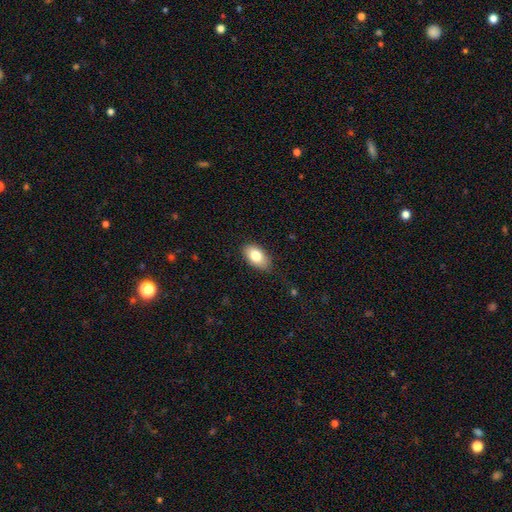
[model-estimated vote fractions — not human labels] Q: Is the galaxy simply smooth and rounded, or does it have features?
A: smooth — 81%.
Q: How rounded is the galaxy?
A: in between — 91%.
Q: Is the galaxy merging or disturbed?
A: none — 80%.